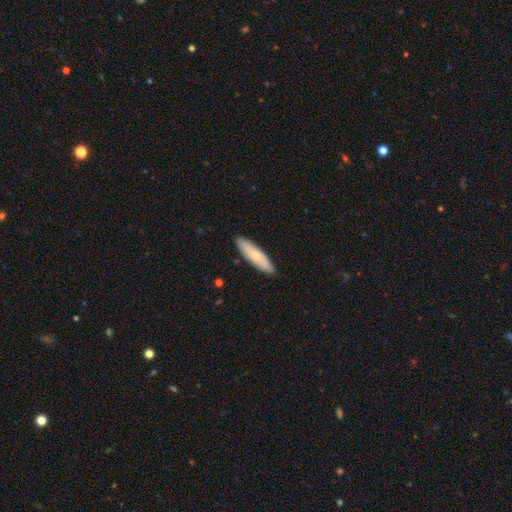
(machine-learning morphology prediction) smooth-or-featured: smooth: 62% | featured or disk: 33% | star or artifact: 5%
  how-rounded: cigar-shaped: 66% | in between: 33% | round: 2%
  merging: none: 89% | minor disturbance: 9% | major disturbance: 2% | merger: 1%